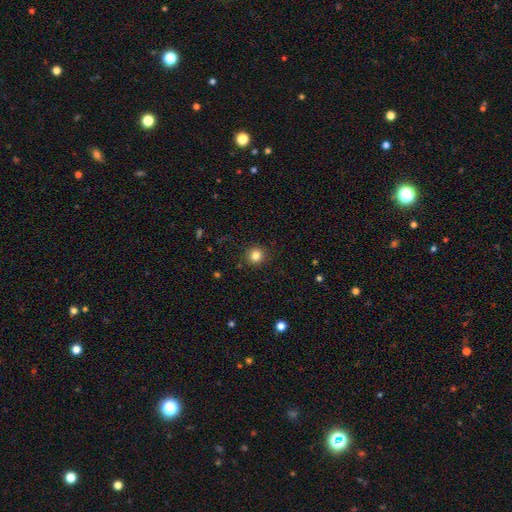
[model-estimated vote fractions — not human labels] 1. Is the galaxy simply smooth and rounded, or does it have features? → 82% smooth, 12% star or artifact, 5% featured or disk.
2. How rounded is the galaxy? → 92% round, 7% in between, 1% cigar-shaped.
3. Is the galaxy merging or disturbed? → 90% none, 6% minor disturbance, 2% major disturbance, 1% merger.